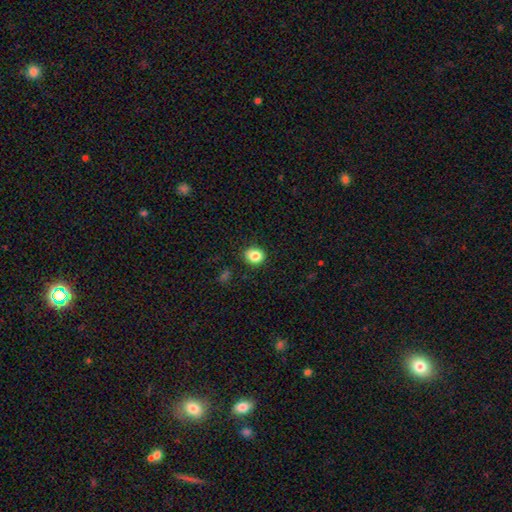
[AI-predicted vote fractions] This appears to be a smooth galaxy with no disk features (85%) that is round (64%). Merging: none (86%).